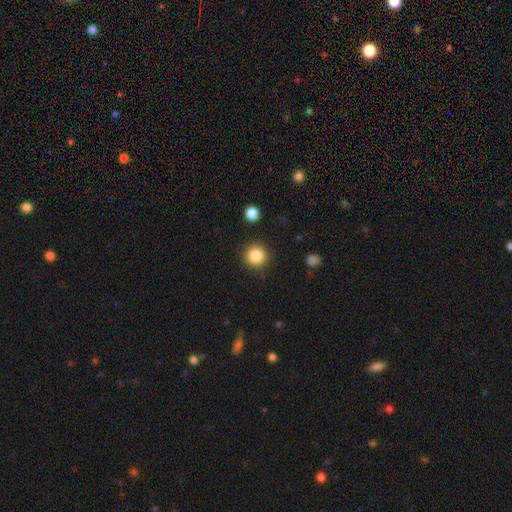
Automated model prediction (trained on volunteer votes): A smooth galaxy with no disk features (85%) that is round (95%). Merging: none (90%).